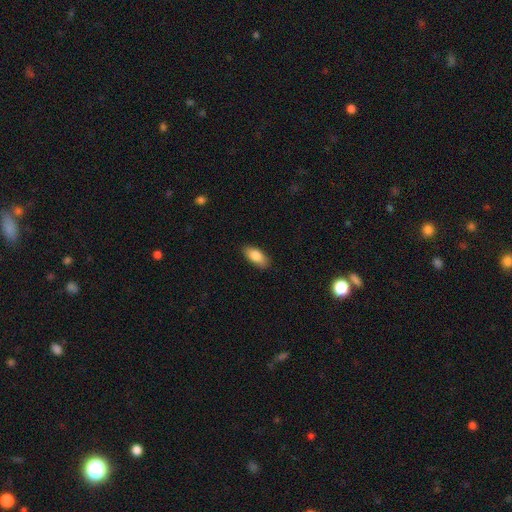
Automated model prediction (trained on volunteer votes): This is clearly a smooth galaxy (83%). How rounded: clearly in between (88%). Merging: clearly none (86%).